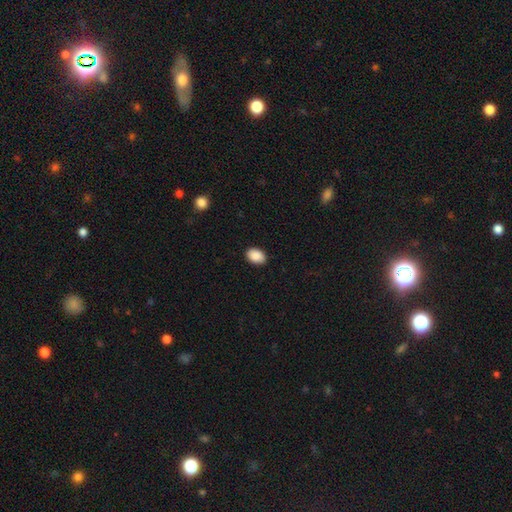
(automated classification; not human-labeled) A smooth galaxy with no disk features (90%) that is in between round and cigar-shaped (84%).

Vote fractions:
- Smooth or featured? smooth: 90% / star or artifact: 7% / featured or disk: 3%
- How rounded? in between: 84% / round: 15% / cigar-shaped: 1%
- Merging? none: 88% / minor disturbance: 9% / major disturbance: 2% / merger: 1%